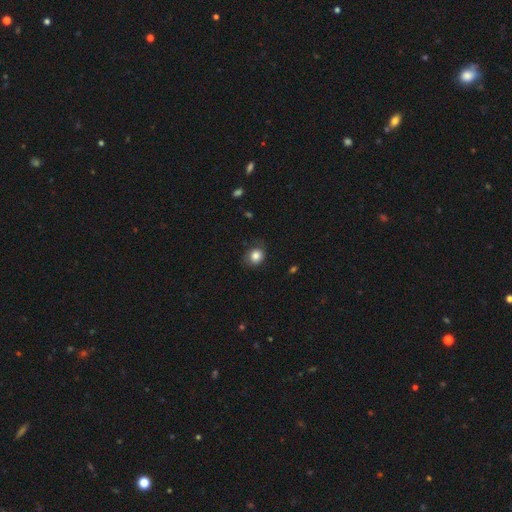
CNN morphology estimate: This is clearly a smooth galaxy (84%). How rounded: likely round (67%). Merging: likely none (69%).